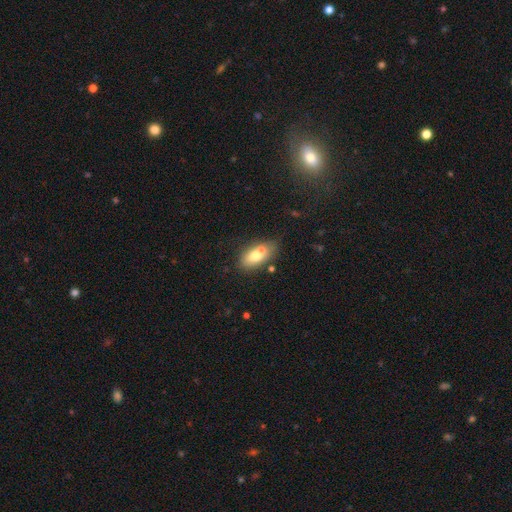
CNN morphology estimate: type=smooth (67%); roundness=in between (84%); merging=none (50%).